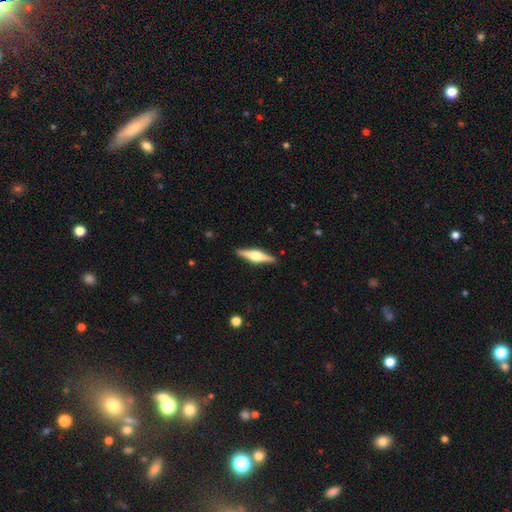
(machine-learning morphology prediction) smooth_or_featured: featured or disk (p=0.71) [alt: smooth p=0.24]
disk_edge_on: yes (p=0.98) [alt: no p=0.02]
edge_on_bulge: rounded (p=0.91) [alt: boxy p=0.07]
merging: none (p=0.91) [alt: minor disturbance p=0.07]